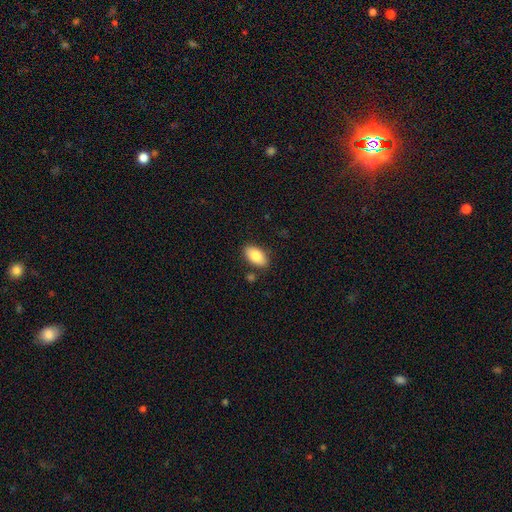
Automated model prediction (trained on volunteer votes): This is clearly a smooth galaxy (83%). How rounded: clearly in between (93%). Merging: clearly none (84%).